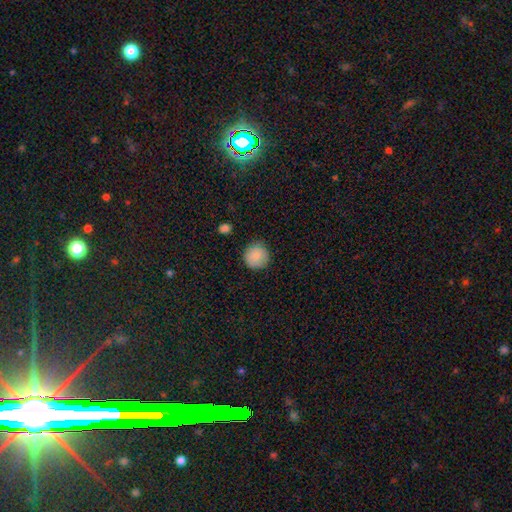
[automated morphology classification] Smooth or featured?
  - smooth: 86% *
  - star or artifact: 8%
  - featured or disk: 6%
How rounded?
  - round: 94% *
  - in between: 5%
  - cigar-shaped: 1%
Merging?
  - none: 86% *
  - minor disturbance: 10%
  - major disturbance: 2%
  - merger: 1%